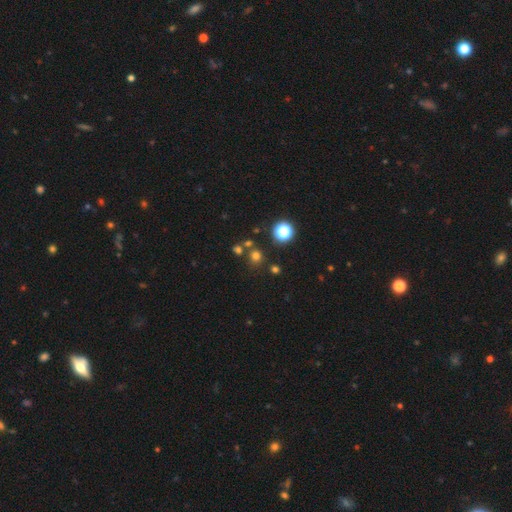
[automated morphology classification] A smooth galaxy with no disk features (64%) that is round (89%). Merging: none (75%).